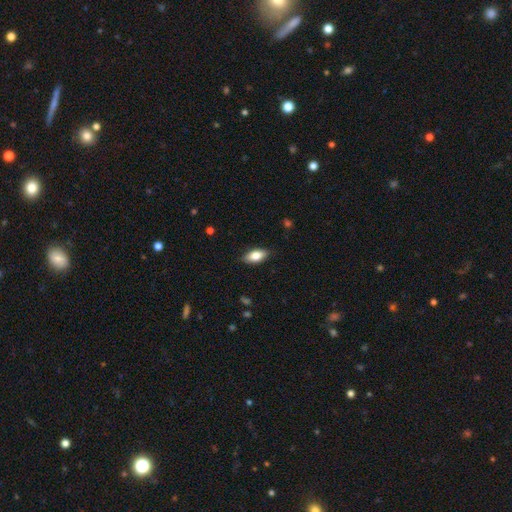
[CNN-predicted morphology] This is likely a smooth galaxy (80%). How rounded: clearly in between (88%). Merging: clearly none (86%).